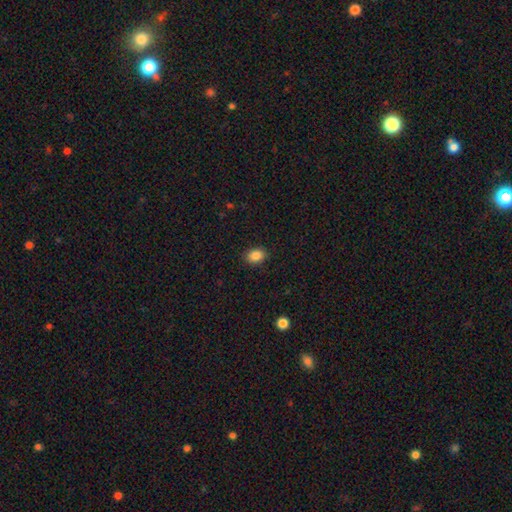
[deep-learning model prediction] Smooth or featured? Predicted: smooth (p=0.86). How rounded? Predicted: in between (p=0.72). Merging? Predicted: none (p=0.89).